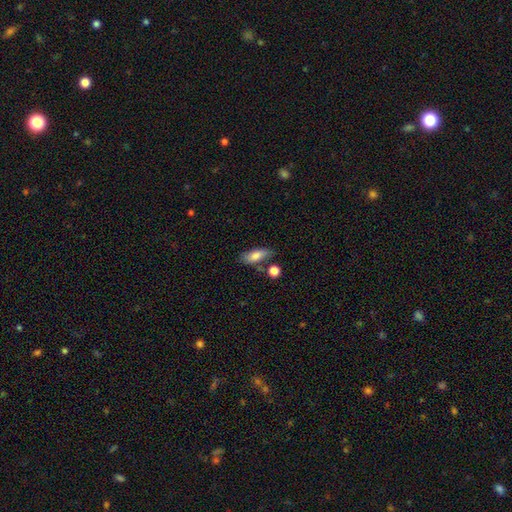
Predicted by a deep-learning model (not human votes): This is likely a smooth galaxy (77%). How rounded: likely in between (75%). Merging: likely none (66%).